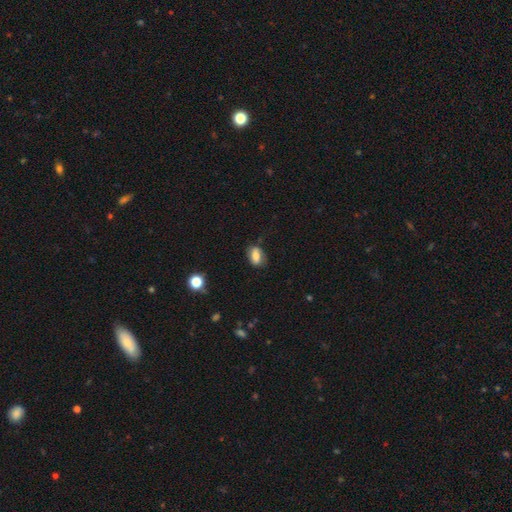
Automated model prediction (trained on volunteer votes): This is likely a smooth galaxy (73%). How rounded: clearly in between (83%). Merging: likely none (75%).